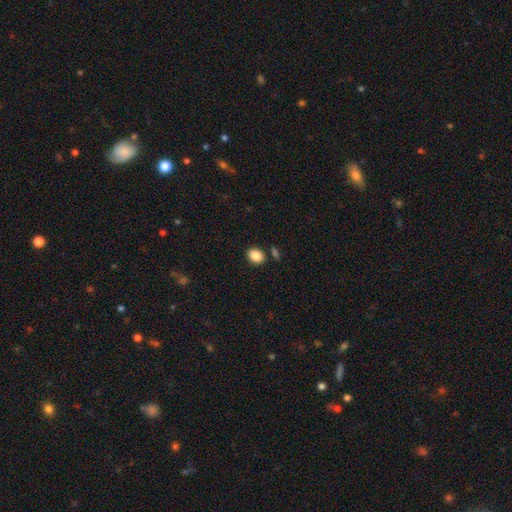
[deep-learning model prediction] smooth-or-featured: smooth: 87% | star or artifact: 9% | featured or disk: 4%
  how-rounded: round: 53% | in between: 46% | cigar-shaped: 1%
  merging: none: 84% | minor disturbance: 9% | merger: 5% | major disturbance: 2%